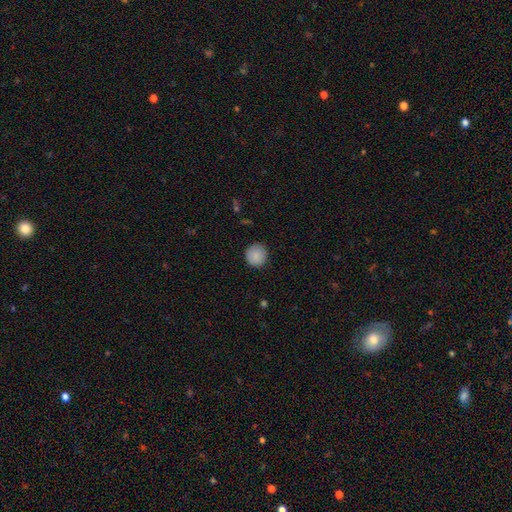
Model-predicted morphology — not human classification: A smooth galaxy with no disk features (88%) that is round (93%). Merging: none (89%).